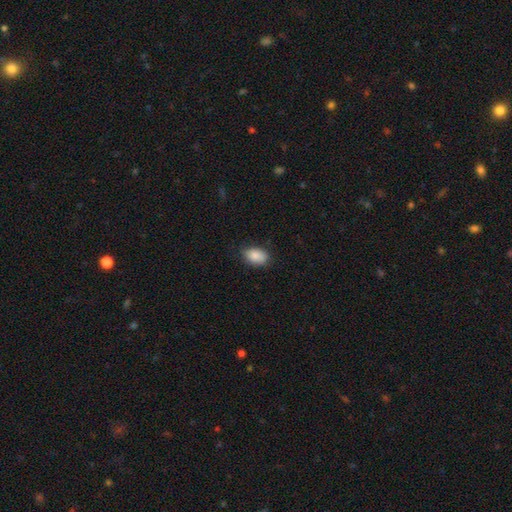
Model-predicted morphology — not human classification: Smooth or featured? Predicted: smooth (p=0.87). How rounded? Predicted: in between (p=0.86). Merging? Predicted: none (p=0.78).